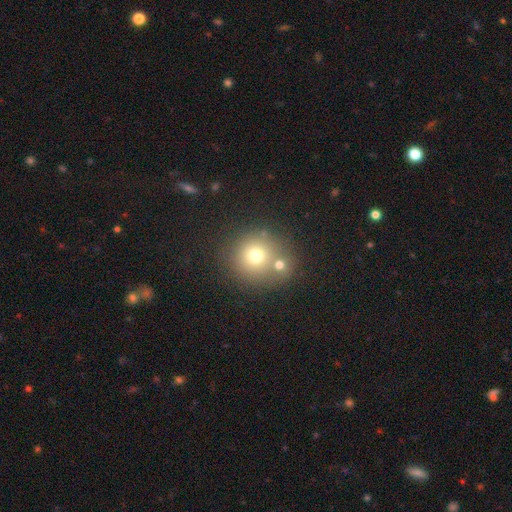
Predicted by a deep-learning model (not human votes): Q: Smooth or featured?
A: smooth (71%); runner-up: star or artifact (15%)
Q: How rounded?
A: round (91%); runner-up: in between (8%)
Q: Merging?
A: none (60%); runner-up: merger (28%)